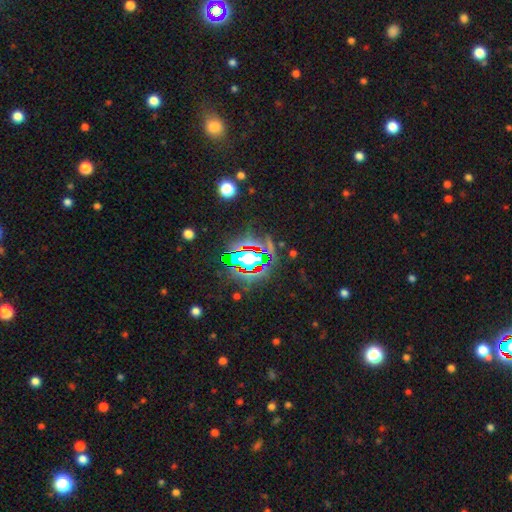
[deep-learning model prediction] Smooth or featured: star or artifact — 74% (smooth — 13%)